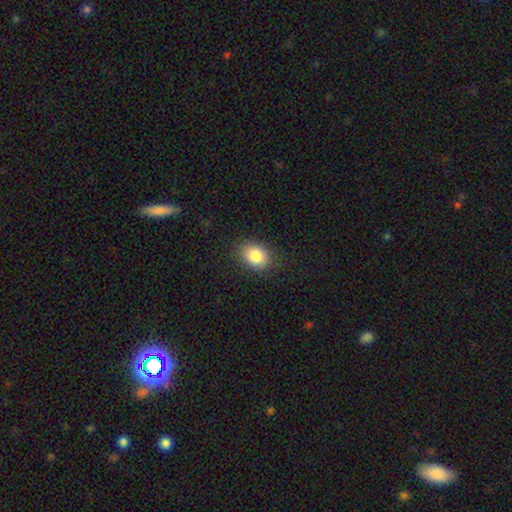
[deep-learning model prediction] Morphology: type=smooth (84%); roundness=in between (61%); merging=none (86%).